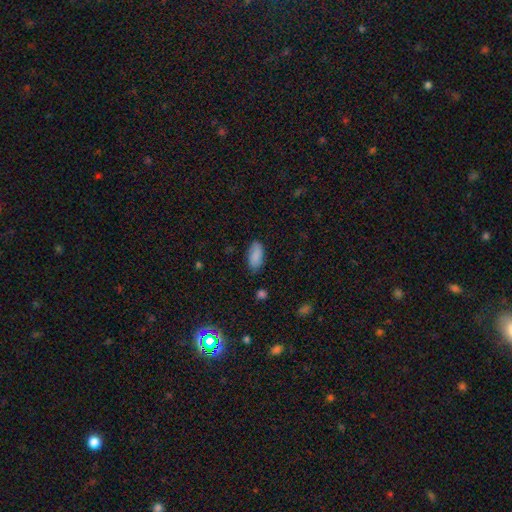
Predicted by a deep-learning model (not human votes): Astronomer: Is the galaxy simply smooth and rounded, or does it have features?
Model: smooth — 86%.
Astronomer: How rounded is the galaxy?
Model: in between — 91%.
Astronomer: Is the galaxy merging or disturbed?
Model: none — 81%.